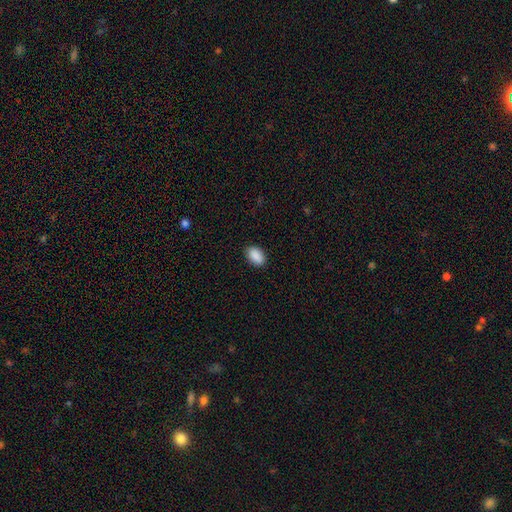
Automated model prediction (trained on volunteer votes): A smooth galaxy with no disk features (90%) that is in between round and cigar-shaped (90%). Merging: none (88%).